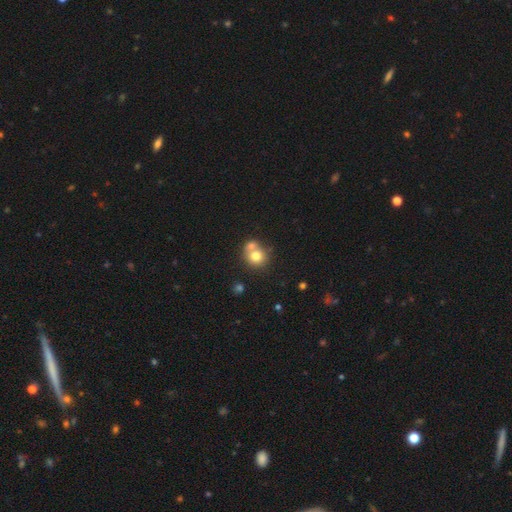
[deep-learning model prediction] smooth 74%, featured or disk 16%, star or artifact 10%. Down the decision tree: how rounded — round (80%); merging — merger (48%).